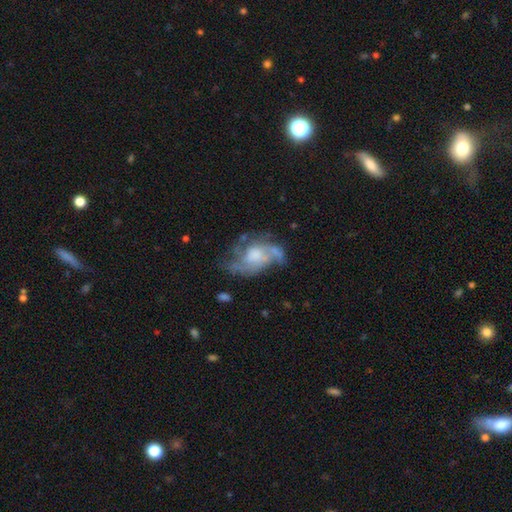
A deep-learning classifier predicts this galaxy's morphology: Smooth or featured? Predicted: featured or disk (p=0.77). Edge-on disk? Predicted: no (p=0.97). Bar? Predicted: no (p=0.72). Spiral arms? Predicted: yes (p=0.85). Spiral winding? Predicted: medium (p=0.45). Spiral arm count? Predicted: 3 (p=0.27, tied with 2). Bulge size? Predicted: moderate (p=0.37). Merging? Predicted: none (p=0.47).